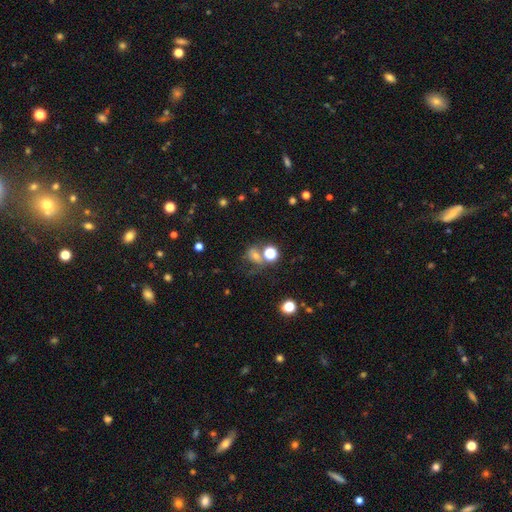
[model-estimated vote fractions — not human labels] A smooth galaxy with no disk features (45%). Merging: none (47%).